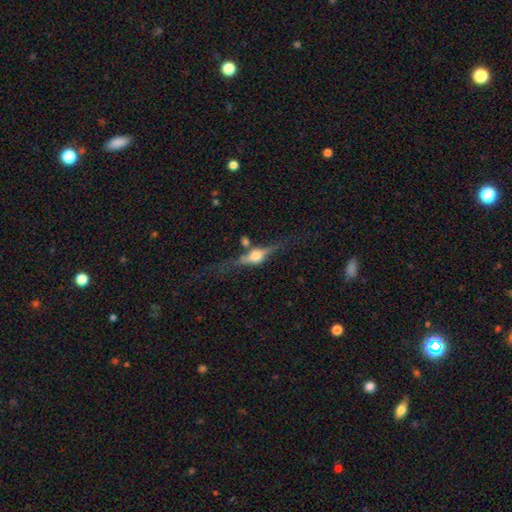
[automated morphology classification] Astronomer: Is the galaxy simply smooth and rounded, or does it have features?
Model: featured or disk — 76%.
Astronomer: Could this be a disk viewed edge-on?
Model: yes — 95%.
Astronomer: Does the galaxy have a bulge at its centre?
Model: rounded — 94%.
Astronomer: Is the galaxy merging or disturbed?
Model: none — 68%.